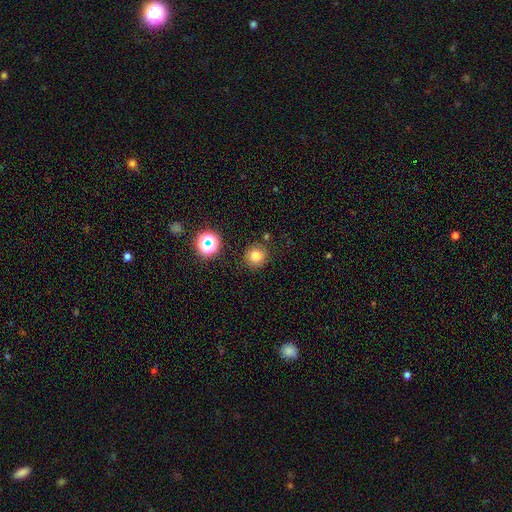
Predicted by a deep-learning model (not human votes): Morphology: type=smooth (76%); roundness=round (90%); merging=none (84%).